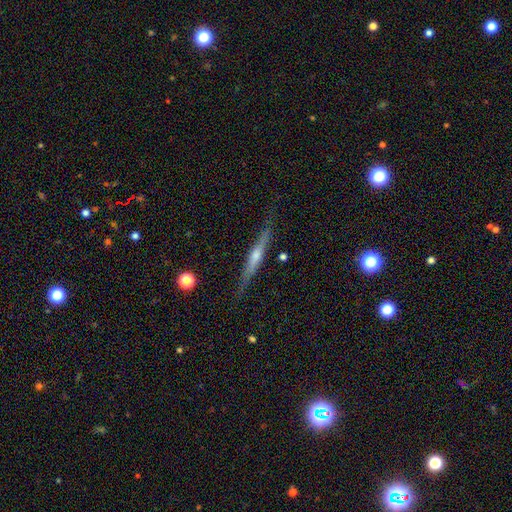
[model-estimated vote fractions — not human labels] Morphology: type=featured or disk (71%); edge-on=yes (97%); edge-on bulge=rounded (75%); merging=none (85%).